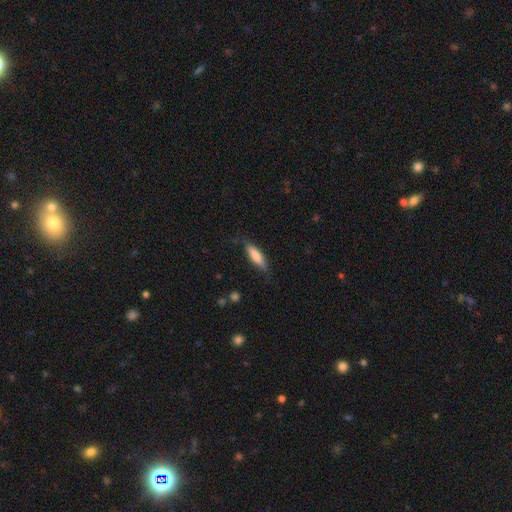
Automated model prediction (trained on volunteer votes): Smooth or featured? smooth (71%)
How rounded? cigar-shaped (61%)
Merging? none (74%)